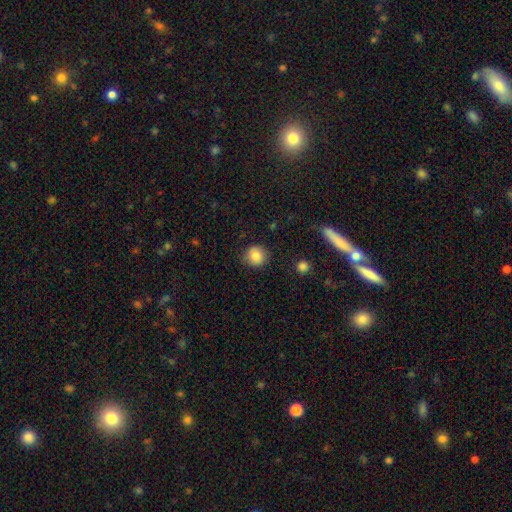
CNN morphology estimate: smooth_or_featured: smooth (p=0.84) [alt: star or artifact p=0.09]
how_rounded: round (p=0.88) [alt: in between p=0.11]
merging: none (p=0.83) [alt: minor disturbance p=0.12]